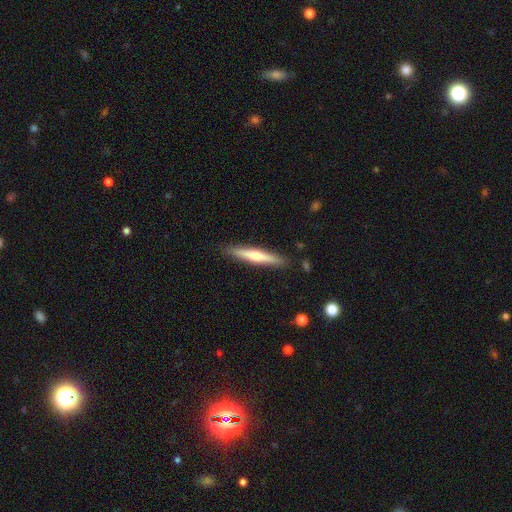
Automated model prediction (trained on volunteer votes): Smooth or featured? smooth (49%)
Merging? none (89%)